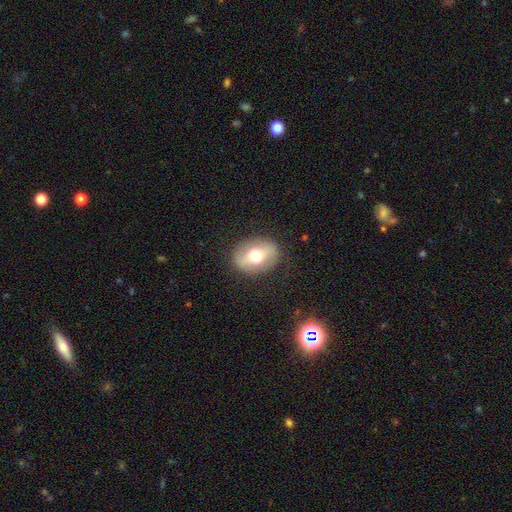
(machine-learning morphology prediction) A smooth galaxy with no disk features (55%) that is in between round and cigar-shaped (63%).

Vote fractions:
- Smooth or featured? smooth: 55% / featured or disk: 37% / star or artifact: 8%
- How rounded? in between: 63% / round: 35% / cigar-shaped: 2%
- Merging? none: 85% / minor disturbance: 10% / major disturbance: 4% / merger: 1%